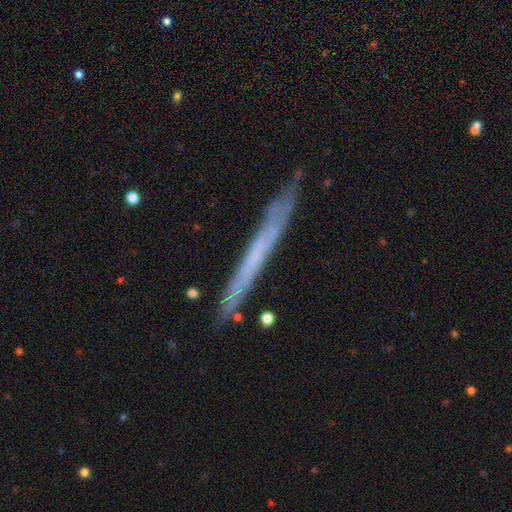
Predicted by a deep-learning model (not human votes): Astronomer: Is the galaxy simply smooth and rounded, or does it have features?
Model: featured or disk — 54% (runner-up: smooth, 39%).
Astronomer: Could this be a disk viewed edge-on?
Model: yes — 91%.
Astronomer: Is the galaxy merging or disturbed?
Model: none — 84%.